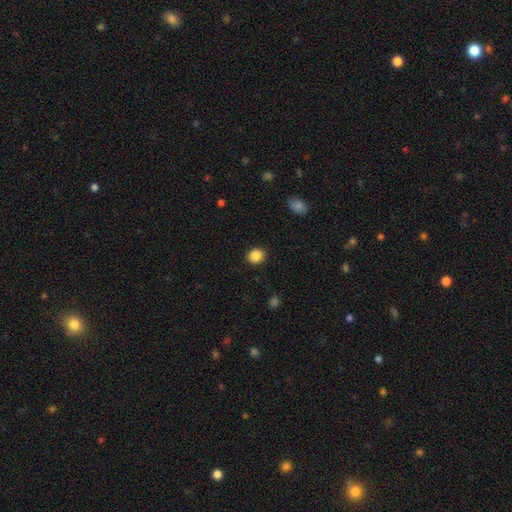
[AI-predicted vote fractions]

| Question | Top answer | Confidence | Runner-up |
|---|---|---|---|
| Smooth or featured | smooth | 87% | star or artifact (10%) |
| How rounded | round | 78% | in between (21%) |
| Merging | none | 90% | minor disturbance (6%) |